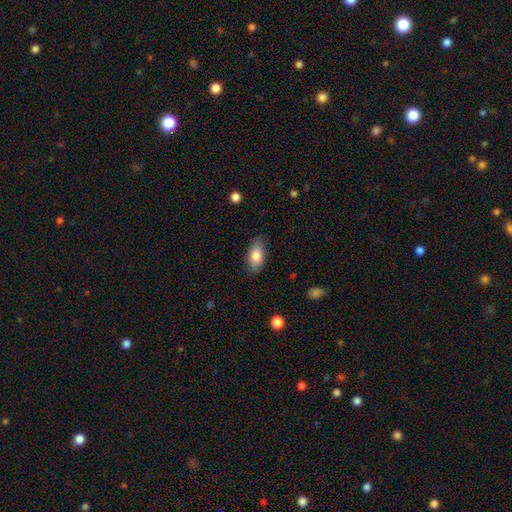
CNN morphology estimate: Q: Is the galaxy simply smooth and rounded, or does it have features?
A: smooth — 80%.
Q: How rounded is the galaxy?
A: in between — 88%.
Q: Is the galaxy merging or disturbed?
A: none — 84%.